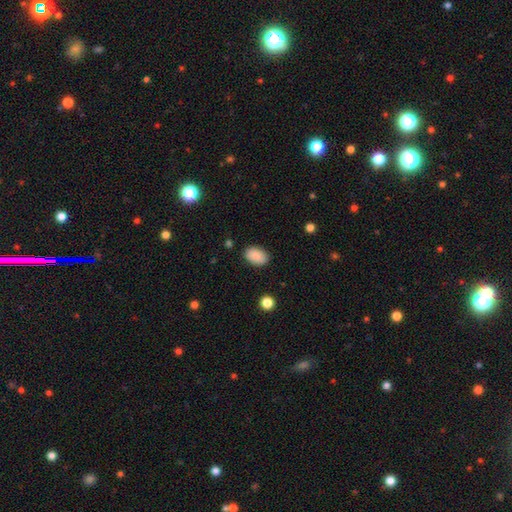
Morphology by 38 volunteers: Overall: smooth (97%). How rounded: in between (70%). Merging: none (95%).